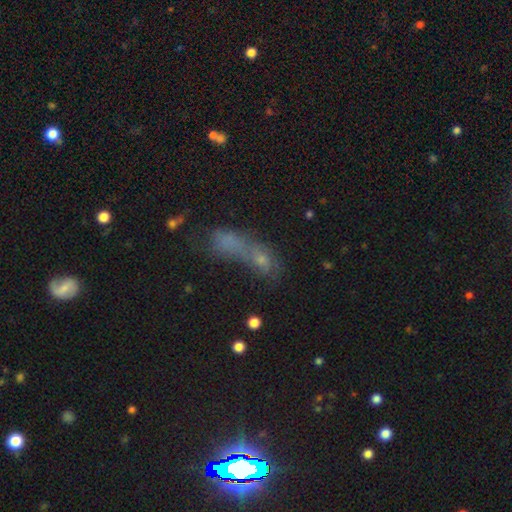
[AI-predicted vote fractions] Smooth or featured?
  - smooth: 51% *
  - star or artifact: 29%
  - featured or disk: 20%
How rounded?
  - in between: 49% *
  - cigar-shaped: 31%
  - round: 20%
Merging?
  - merger: 53% *
  - none: 27%
  - major disturbance: 10%
  - minor disturbance: 9%